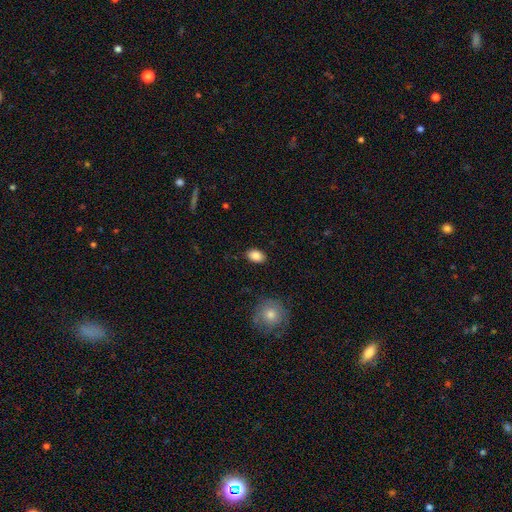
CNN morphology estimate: This is clearly a smooth galaxy (86%). How rounded: clearly in between (84%). Merging: clearly none (87%).